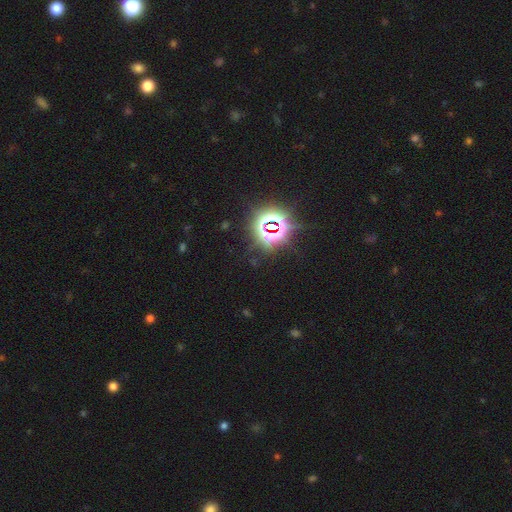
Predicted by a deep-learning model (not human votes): Smooth or featured: star or artifact — 81% (smooth — 12%)